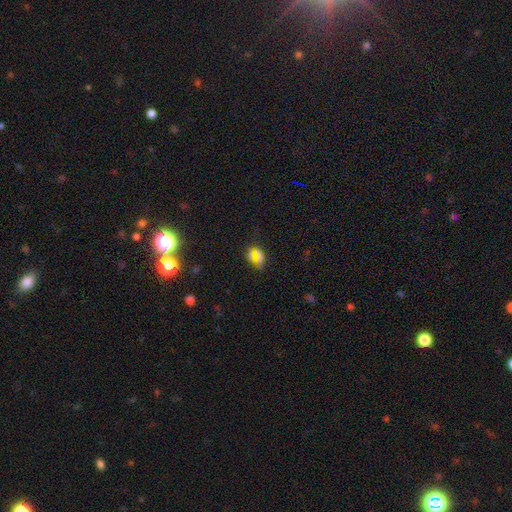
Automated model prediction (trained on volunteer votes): A smooth galaxy with no disk features (53%) that is in between round and cigar-shaped (55%).

Vote fractions:
- Smooth or featured? smooth: 53% / star or artifact: 31% / featured or disk: 15%
- How rounded? in between: 55% / round: 32% / cigar-shaped: 13%
- Merging? none: 64% / merger: 15% / minor disturbance: 14% / major disturbance: 8%